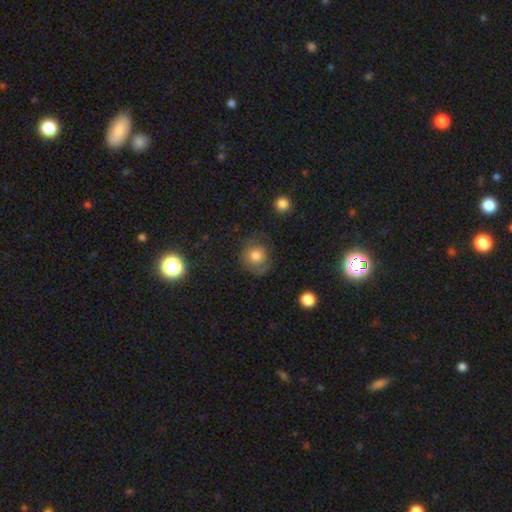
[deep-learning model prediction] The model was most divided on "merging": none: 66%, minor disturbance: 21%, major disturbance: 12%, merger: 2%. More confident: how rounded — round (84%); smooth or featured — smooth (69%).